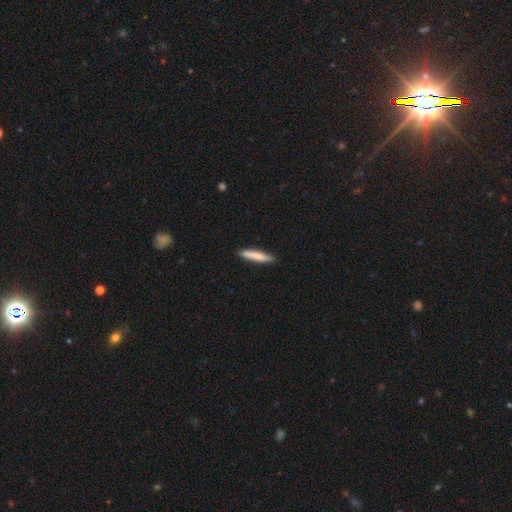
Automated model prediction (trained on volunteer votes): smooth 82%, featured or disk 13%, star or artifact 5%. Down the decision tree: how rounded — cigar-shaped (90%); merging — none (89%).